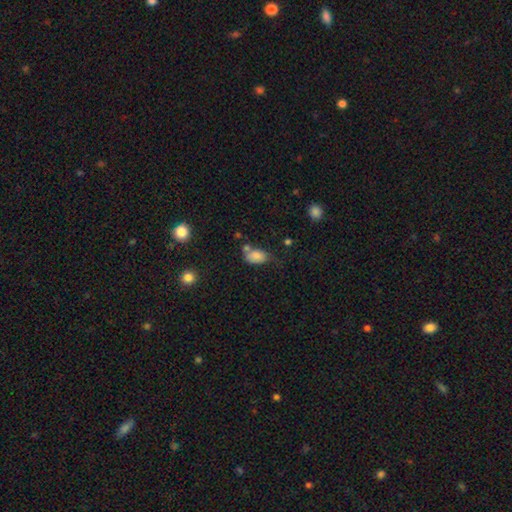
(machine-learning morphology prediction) Smooth or featured?
  - smooth: 81% *
  - star or artifact: 9%
  - featured or disk: 9%
How rounded?
  - in between: 88% *
  - round: 10%
  - cigar-shaped: 2%
Merging?
  - none: 41% *
  - minor disturbance: 29%
  - merger: 19%
  - major disturbance: 12%